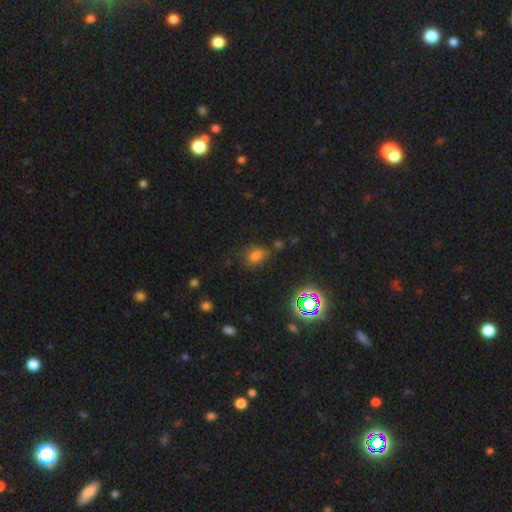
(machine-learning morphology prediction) Overall: smooth (63%; star or artifact 26%). How rounded: in between (71%). Merging: none (62%).